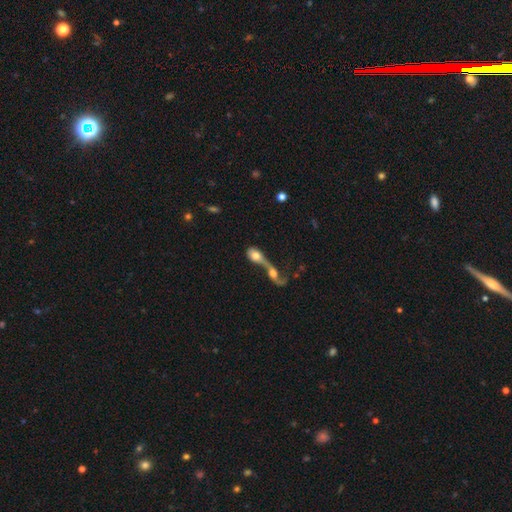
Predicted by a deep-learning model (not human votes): This is possibly a smooth galaxy (54%). How rounded: likely in between (67%). Merging: clearly merger (81%).